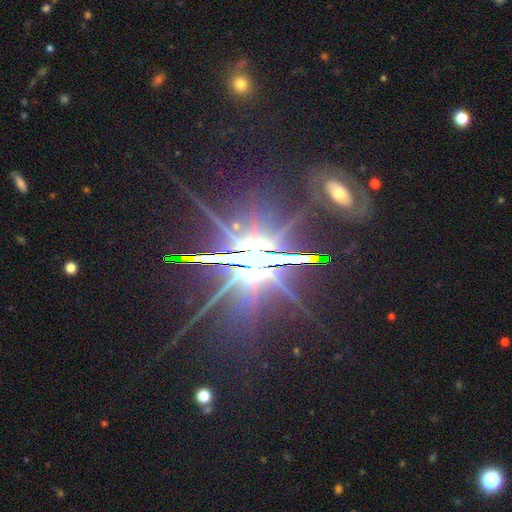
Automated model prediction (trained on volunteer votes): Q: Smooth or featured?
A: star or artifact (70%); runner-up: featured or disk (23%)